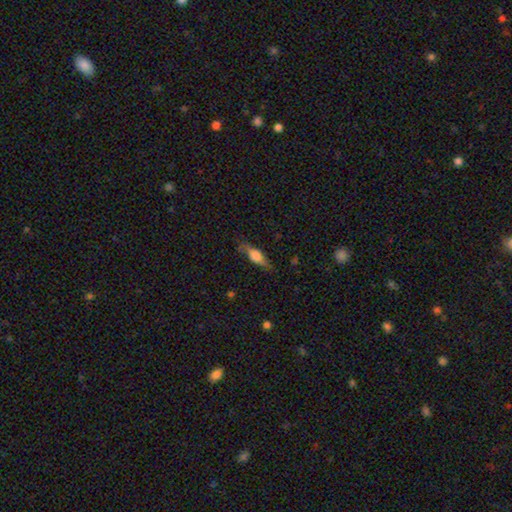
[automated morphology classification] Overall: smooth (52%; featured or disk 41%). How rounded: in between (51%; cigar-shaped 45%). Merging: none (75%).